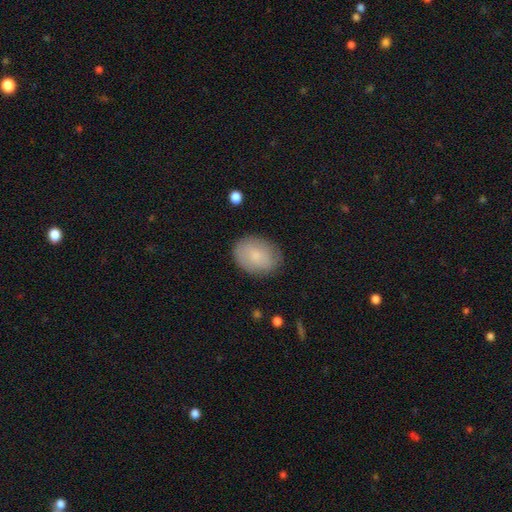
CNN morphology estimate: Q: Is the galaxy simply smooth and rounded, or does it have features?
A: smooth — 78%.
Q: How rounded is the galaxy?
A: in between — 66%.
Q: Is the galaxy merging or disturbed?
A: none — 83%.